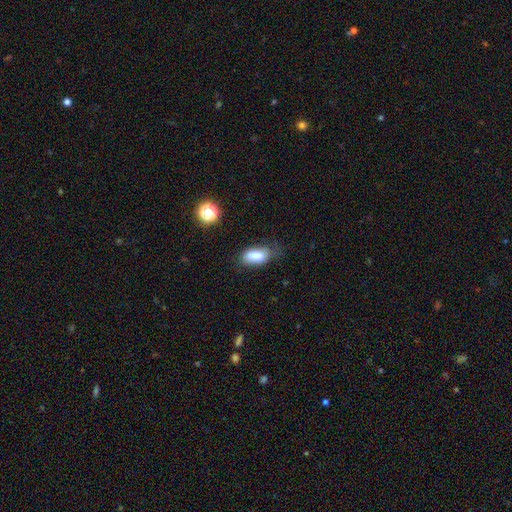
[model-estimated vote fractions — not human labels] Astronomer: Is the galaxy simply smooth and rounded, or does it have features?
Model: smooth — 78%.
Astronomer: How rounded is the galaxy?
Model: in between — 87%.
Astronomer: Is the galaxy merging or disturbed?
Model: none — 56%.